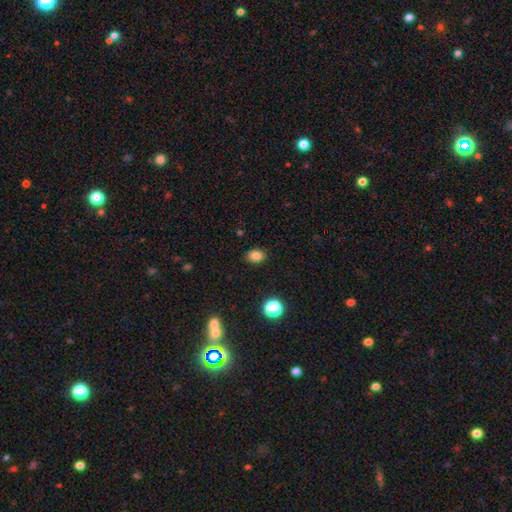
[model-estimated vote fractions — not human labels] smooth-or-featured: smooth: 84% | star or artifact: 12% | featured or disk: 4%
  how-rounded: in between: 68% | round: 31% | cigar-shaped: 1%
  merging: none: 88% | minor disturbance: 8% | major disturbance: 2% | merger: 1%